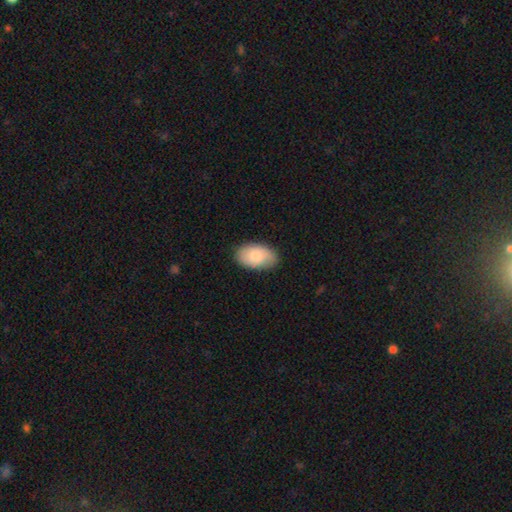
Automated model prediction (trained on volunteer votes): smooth_or_featured: smooth (p=0.81) [alt: featured or disk p=0.13]
how_rounded: in between (p=0.93) [alt: round p=0.05]
merging: none (p=0.75) [alt: minor disturbance p=0.21]